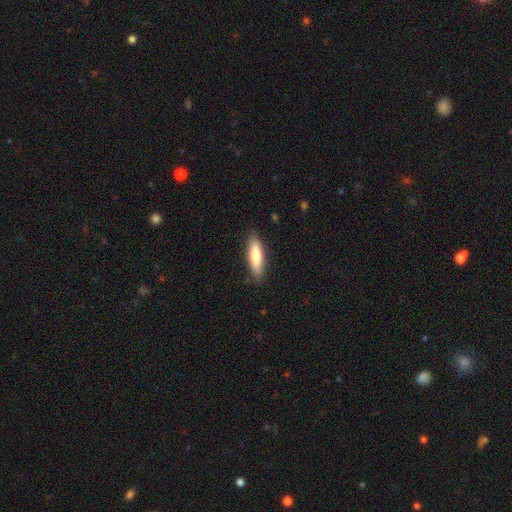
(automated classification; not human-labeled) smooth-or-featured: smooth: 78% | featured or disk: 17% | star or artifact: 5%
  how-rounded: cigar-shaped: 61% | in between: 38% | round: 2%
  merging: none: 86% | minor disturbance: 11% | major disturbance: 2% | merger: 1%